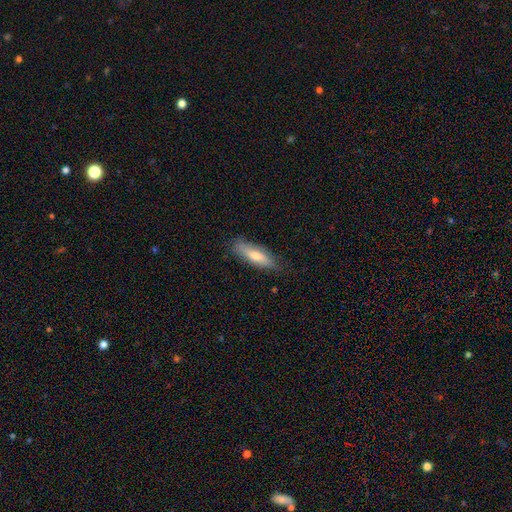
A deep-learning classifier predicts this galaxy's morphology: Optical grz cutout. It shows a smooth galaxy with no disk features (65%) that is cigar-shaped (59%). Merging: none (76%).